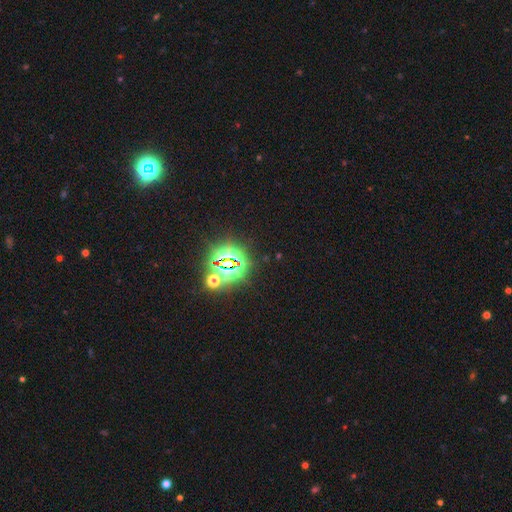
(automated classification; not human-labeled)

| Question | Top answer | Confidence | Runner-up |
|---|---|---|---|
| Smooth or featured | star or artifact | 79% | smooth (15%) |